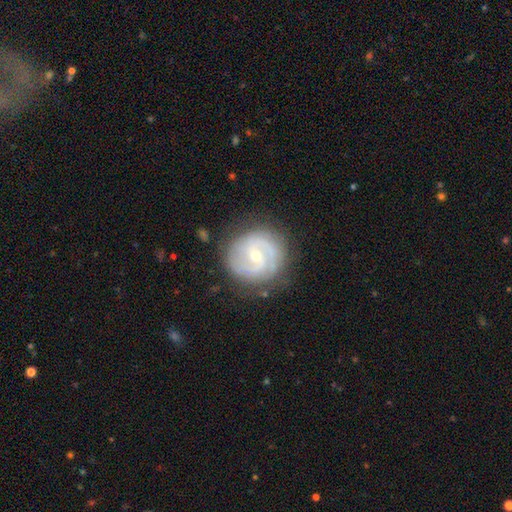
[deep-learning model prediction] A featured or disk galaxy (81%) with no bar (52%), 2 (56%) tight (53%) spiral arms (92%) and a small central bulge (59%). Merging: none (80%).